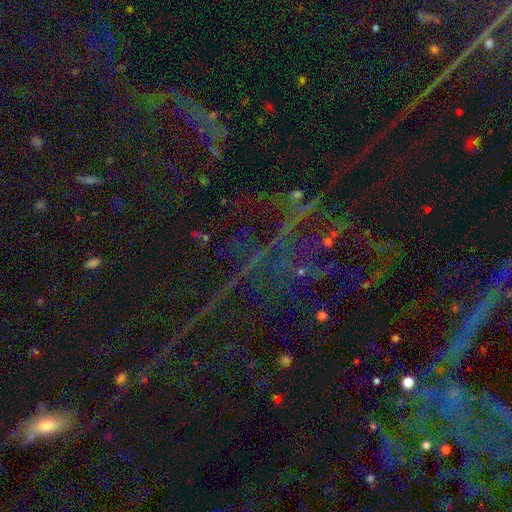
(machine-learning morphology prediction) smooth-or-featured: star or artifact: 80% | featured or disk: 11% | smooth: 9%